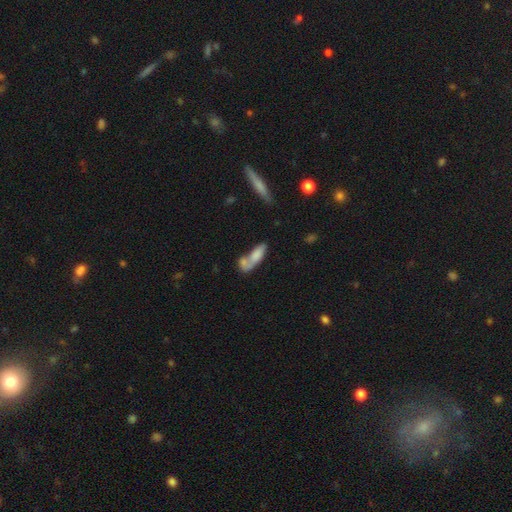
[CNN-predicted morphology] type=smooth (74%); roundness=in between (64%); merging=merger (56%).